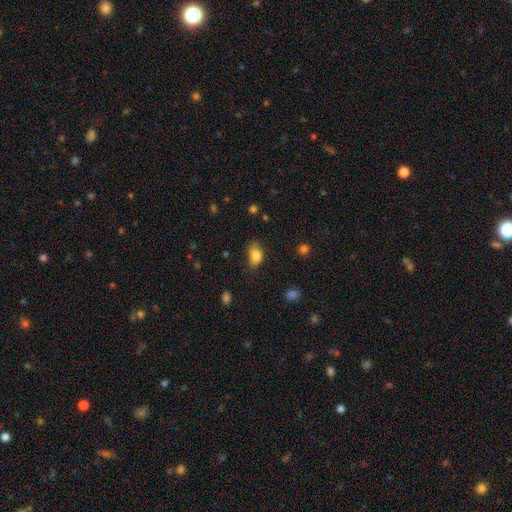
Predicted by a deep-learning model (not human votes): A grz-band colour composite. It shows a smooth galaxy with no disk features (83%) that is in between round and cigar-shaped (85%). Merging: none (59%).